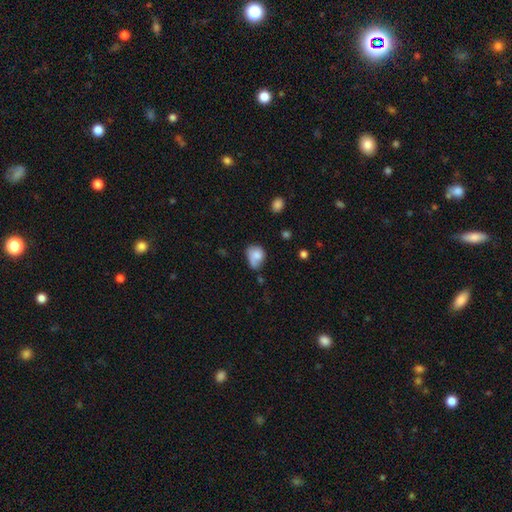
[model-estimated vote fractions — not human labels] smooth_or_featured: smooth (p=0.77) [alt: featured or disk p=0.14]
how_rounded: round (p=0.51) [alt: in between p=0.48]
merging: none (p=0.35) [tied with: minor disturbance p=0.35]